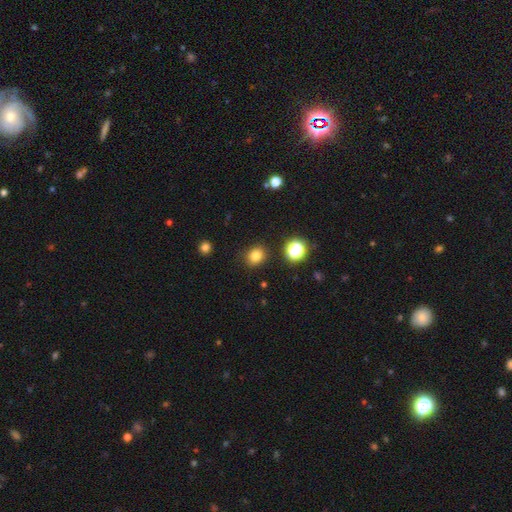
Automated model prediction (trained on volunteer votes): This appears to be a smooth galaxy with no disk features (80%) that is round (70%). Merging: none (88%).